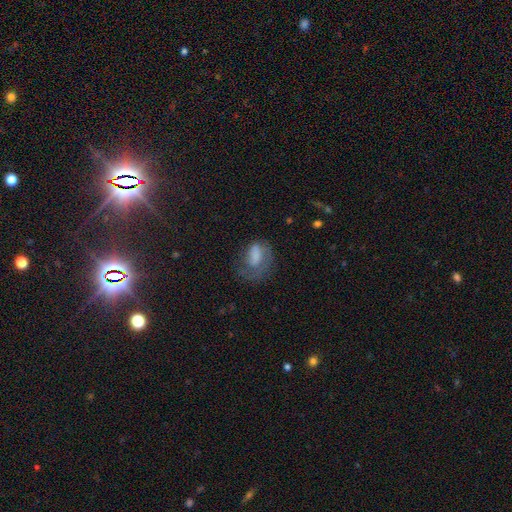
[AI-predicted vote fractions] Overall: smooth (58%; featured or disk 33%). How rounded: in between (81%). Merging: major disturbance (40%; none 33%).